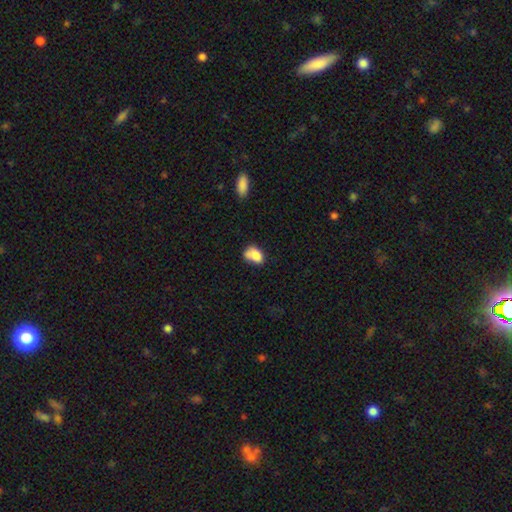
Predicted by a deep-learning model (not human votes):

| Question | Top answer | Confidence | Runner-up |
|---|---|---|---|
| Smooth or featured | smooth | 79% | featured or disk (12%) |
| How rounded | in between | 80% | round (19%) |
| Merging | none | 38% | minor disturbance (31%) |